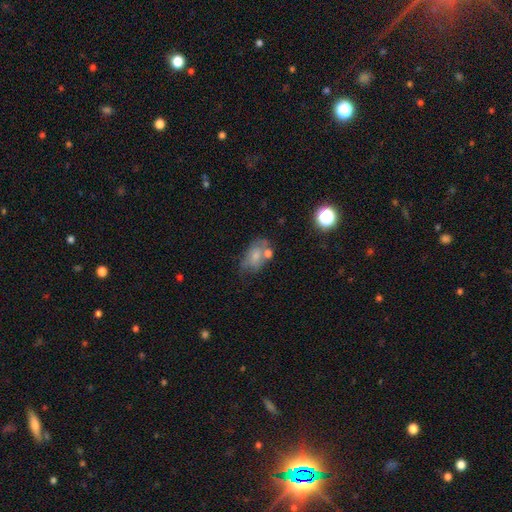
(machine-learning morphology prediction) smooth 58%, featured or disk 32%, star or artifact 10%. Down the decision tree: how rounded — in between (86%); merging — none (38%).